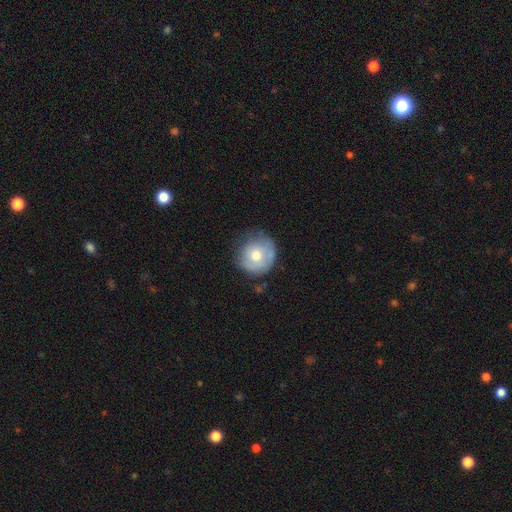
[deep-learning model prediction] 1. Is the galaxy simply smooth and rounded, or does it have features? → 60% smooth, 33% featured or disk, 7% star or artifact.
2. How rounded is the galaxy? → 90% round, 9% in between, 1% cigar-shaped.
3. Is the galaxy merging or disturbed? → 65% none, 25% minor disturbance, 8% major disturbance, 2% merger.